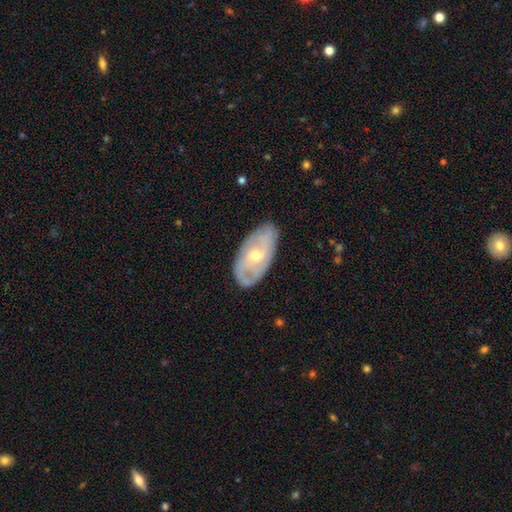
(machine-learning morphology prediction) smooth-or-featured: featured or disk: 64% | smooth: 31% | star or artifact: 6%
  disk-edge-on: no: 90% | yes: 10%
    bar: no: 61% | weak: 31% | strong: 8%
    has-spiral-arms: yes: 64% | no: 36%
    bulge-size: moderate: 63% | small: 33% | large: 3% | none: 1% | dominant: 1%
  merging: none: 76% | minor disturbance: 19% | major disturbance: 5% | merger: 1%